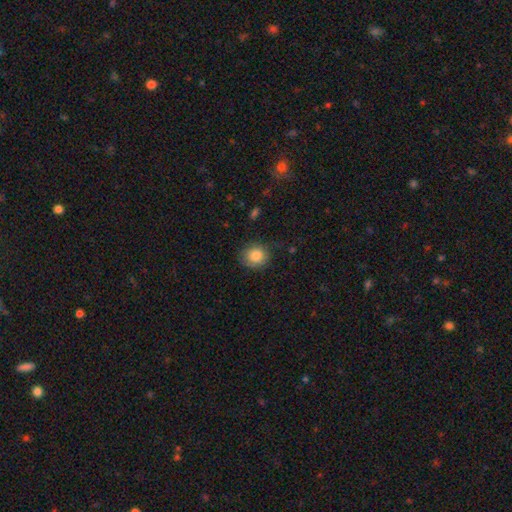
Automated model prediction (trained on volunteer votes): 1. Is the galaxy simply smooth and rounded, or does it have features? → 84% smooth, 8% star or artifact, 7% featured or disk.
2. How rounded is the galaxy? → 78% round, 21% in between, 1% cigar-shaped.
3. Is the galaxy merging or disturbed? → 78% none, 17% minor disturbance, 4% major disturbance, 1% merger.